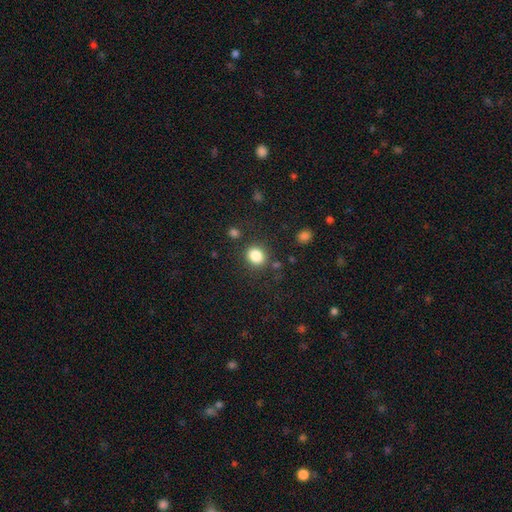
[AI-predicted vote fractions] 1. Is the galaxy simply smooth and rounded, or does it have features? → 85% smooth, 10% star or artifact, 5% featured or disk.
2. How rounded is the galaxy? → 71% round, 28% in between, 1% cigar-shaped.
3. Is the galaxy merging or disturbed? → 83% none, 9% minor disturbance, 4% major disturbance, 4% merger.